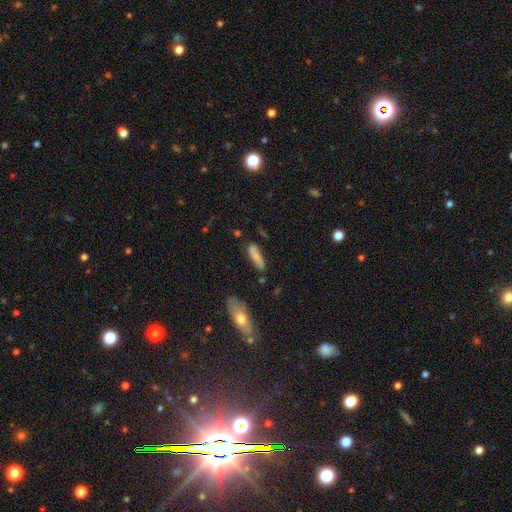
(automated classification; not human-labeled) A smooth galaxy with no disk features (68%) that is cigar-shaped (63%).

Vote fractions:
- Smooth or featured? smooth: 68% / featured or disk: 24% / star or artifact: 8%
- How rounded? cigar-shaped: 63% / in between: 34% / round: 3%
- Merging? none: 65% / minor disturbance: 21% / merger: 8% / major disturbance: 7%